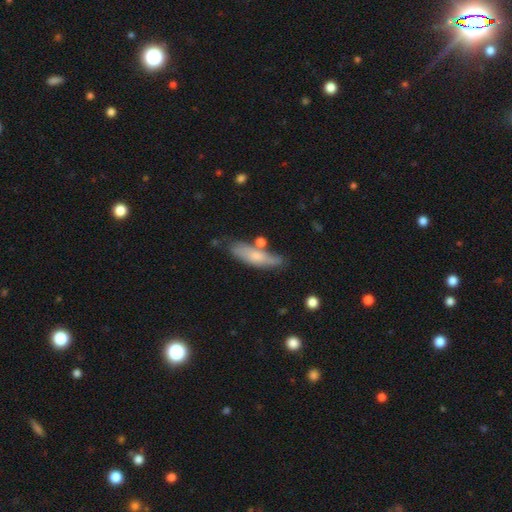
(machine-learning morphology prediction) type=smooth (64%); roundness=cigar-shaped (62%); merging=none (64%).